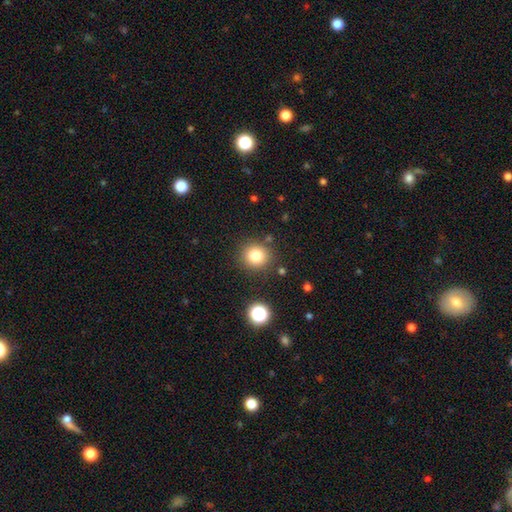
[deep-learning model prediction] smooth 81%, star or artifact 13%, featured or disk 7%. Down the decision tree: how rounded — round (90%); merging — none (85%).